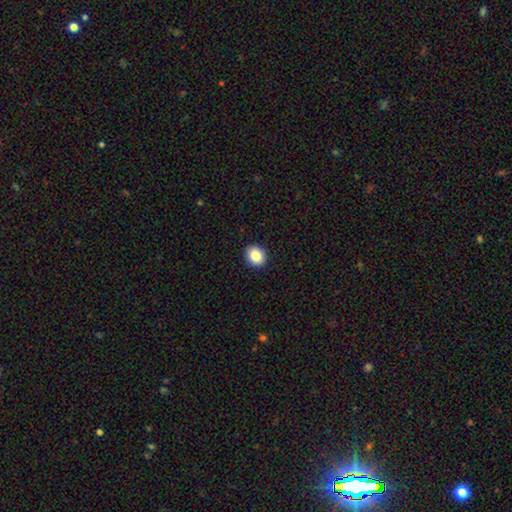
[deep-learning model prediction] Smooth or featured? Predicted: smooth (p=0.86). How rounded? Predicted: round (p=0.63). Merging? Predicted: none (p=0.92).